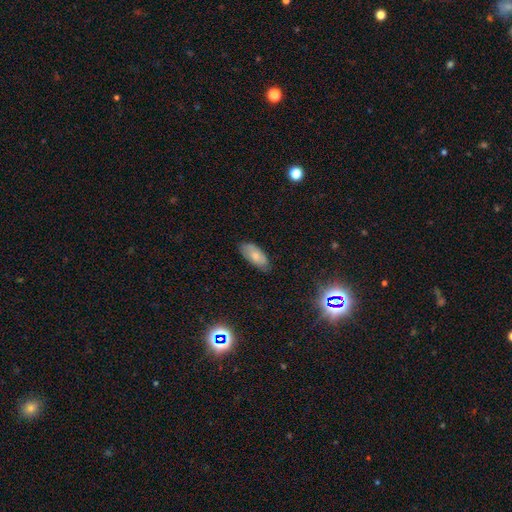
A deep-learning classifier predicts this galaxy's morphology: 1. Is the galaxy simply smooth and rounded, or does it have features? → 74% smooth, 19% featured or disk, 7% star or artifact.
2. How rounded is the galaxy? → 89% in between, 9% cigar-shaped, 2% round.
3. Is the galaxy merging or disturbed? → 78% none, 18% minor disturbance, 3% major disturbance, 1% merger.